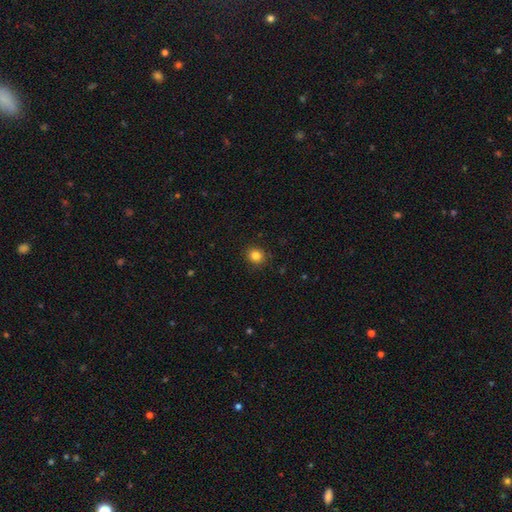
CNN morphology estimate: type=smooth (83%); roundness=round (84%); merging=none (90%).